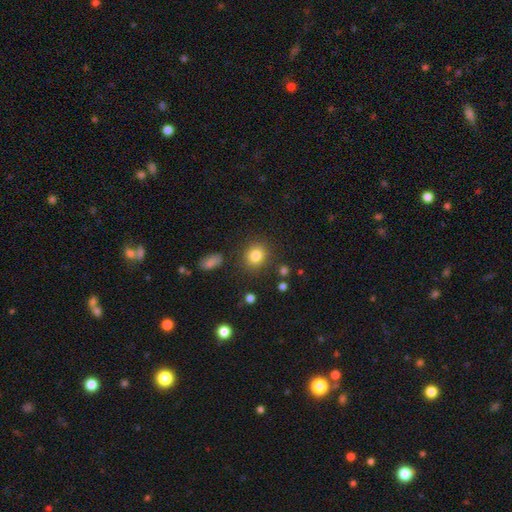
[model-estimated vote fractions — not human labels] A smooth galaxy with no disk features (82%) that is round (77%).

Vote fractions:
- Smooth or featured? smooth: 82% / star or artifact: 11% / featured or disk: 7%
- How rounded? round: 77% / in between: 22% / cigar-shaped: 1%
- Merging? none: 85% / minor disturbance: 9% / major disturbance: 3% / merger: 3%